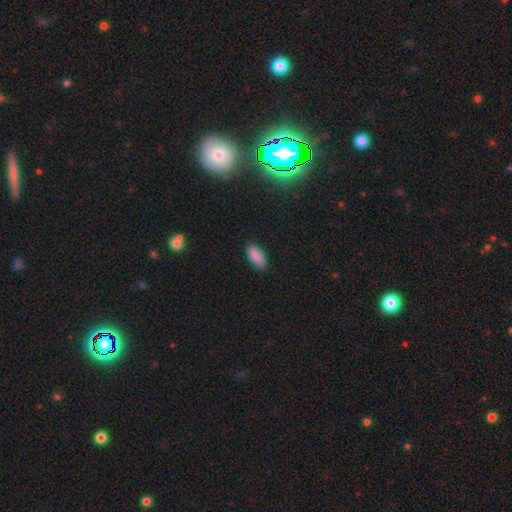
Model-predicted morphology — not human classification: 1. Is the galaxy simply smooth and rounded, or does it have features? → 88% smooth, 7% star or artifact, 4% featured or disk.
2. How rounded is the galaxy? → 91% in between, 7% cigar-shaped, 2% round.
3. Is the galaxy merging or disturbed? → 84% none, 13% minor disturbance, 2% major disturbance, 1% merger.